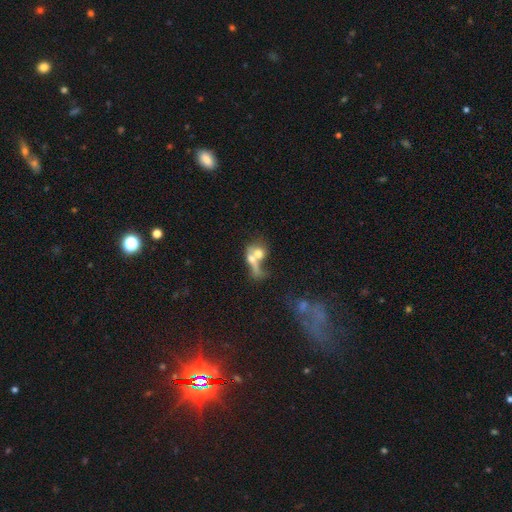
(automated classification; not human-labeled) Morphology: type=smooth (58%); roundness=round (51%); merging=merger (64%).